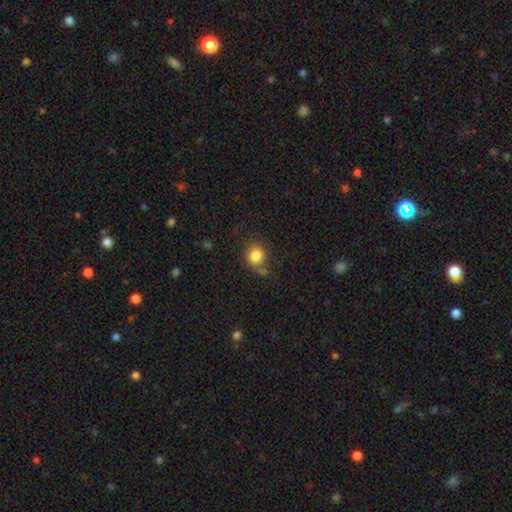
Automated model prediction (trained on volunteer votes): Q: Smooth or featured?
A: smooth (83%); runner-up: star or artifact (10%)
Q: How rounded?
A: round (83%); runner-up: in between (16%)
Q: Merging?
A: none (70%); runner-up: minor disturbance (15%)